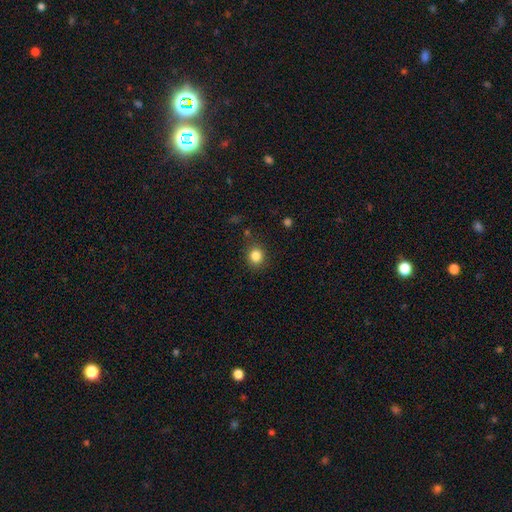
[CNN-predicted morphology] smooth_or_featured: smooth (p=0.84) [alt: star or artifact p=0.11]
how_rounded: round (p=0.80) [alt: in between p=0.19]
merging: none (p=0.86) [alt: minor disturbance p=0.09]